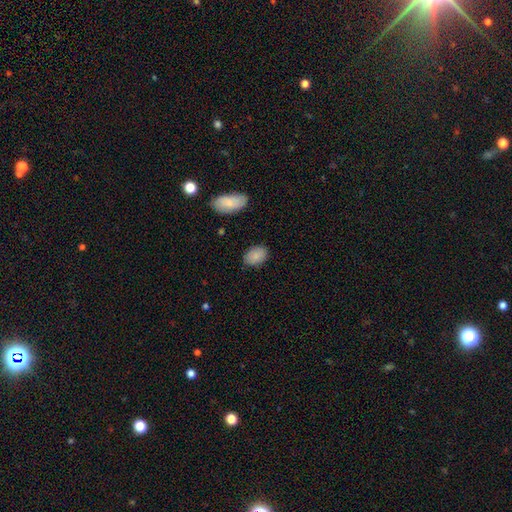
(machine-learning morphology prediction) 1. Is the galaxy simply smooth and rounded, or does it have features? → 87% smooth, 7% star or artifact, 6% featured or disk.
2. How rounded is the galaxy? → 86% in between, 12% round, 1% cigar-shaped.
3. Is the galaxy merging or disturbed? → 84% none, 11% minor disturbance, 3% major disturbance, 2% merger.